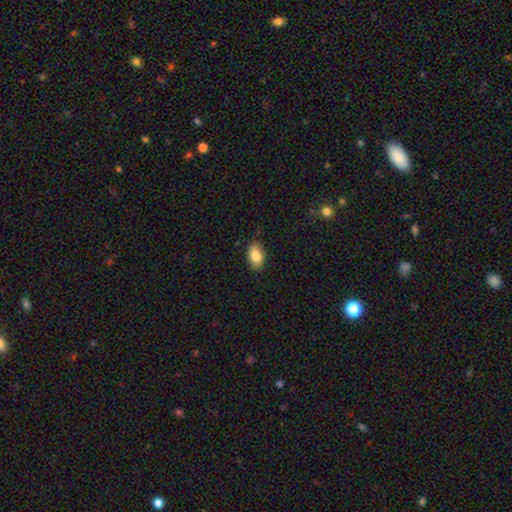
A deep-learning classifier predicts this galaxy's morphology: type=smooth (84%); roundness=in between (91%); merging=none (85%).